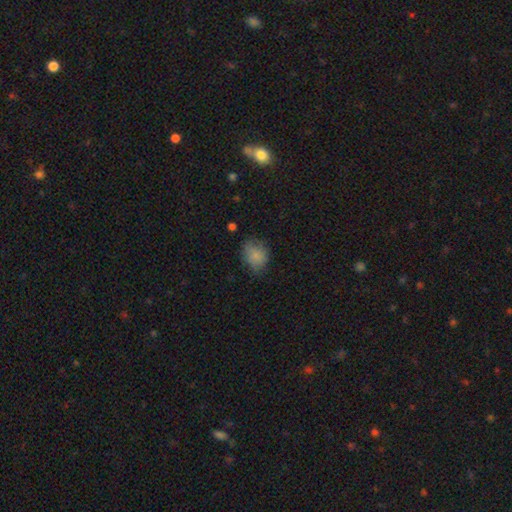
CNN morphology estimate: type=smooth (81%); roundness=round (55%); merging=none (65%).